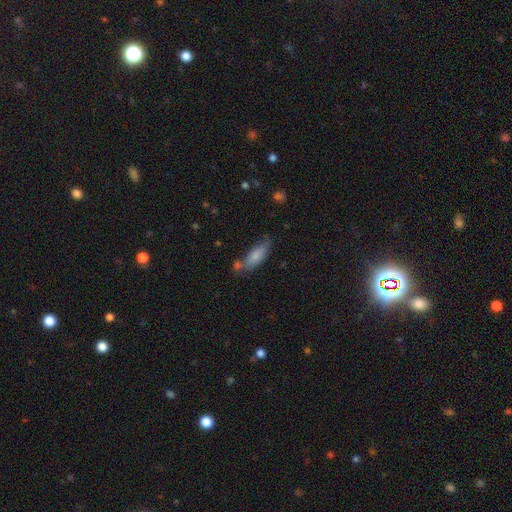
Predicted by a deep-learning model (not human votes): Smooth or featured? Predicted: smooth (p=0.79). How rounded? Predicted: in between (p=0.64). Merging? Predicted: none (p=0.55).